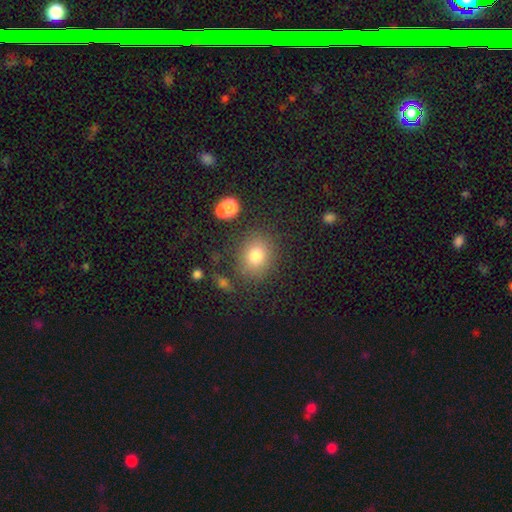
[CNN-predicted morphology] A smooth galaxy with no disk features (78%) that is round (64%). Merging: none (80%).